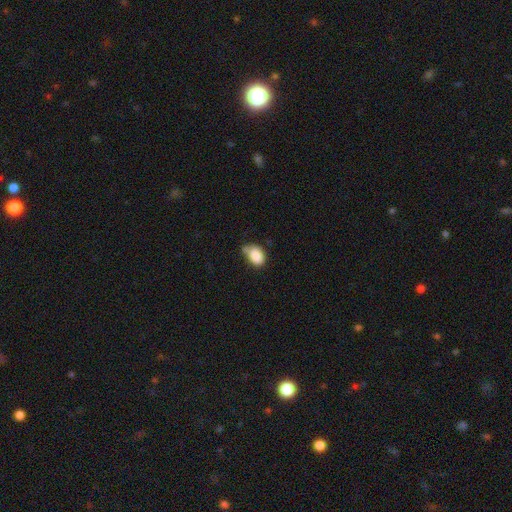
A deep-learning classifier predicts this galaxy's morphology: Q: Smooth or featured?
A: smooth (85%); runner-up: star or artifact (9%)
Q: How rounded?
A: in between (78%); runner-up: round (21%)
Q: Merging?
A: none (46%); runner-up: minor disturbance (34%)